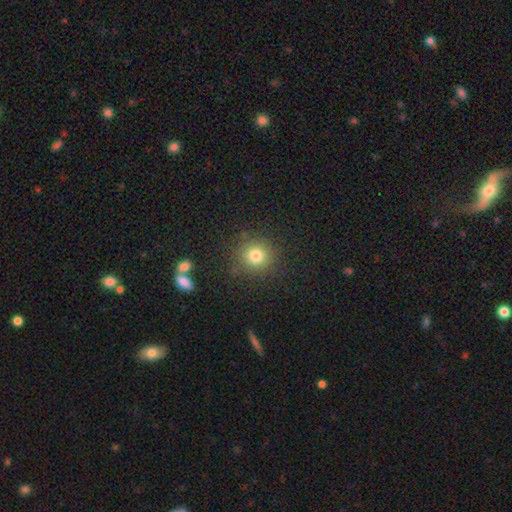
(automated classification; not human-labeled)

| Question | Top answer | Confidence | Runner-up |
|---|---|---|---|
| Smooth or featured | smooth | 79% | star or artifact (14%) |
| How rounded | round | 91% | in between (8%) |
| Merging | none | 87% | minor disturbance (8%) |